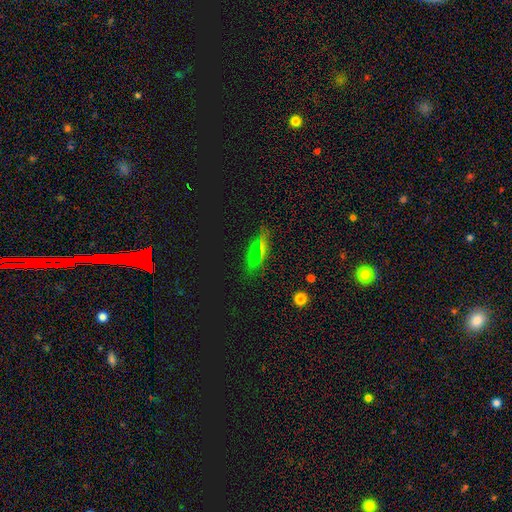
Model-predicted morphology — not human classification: The model was most divided on "smooth or featured": smooth: 47%, star or artifact: 39%, featured or disk: 15%. More confident: merging — none (82%).